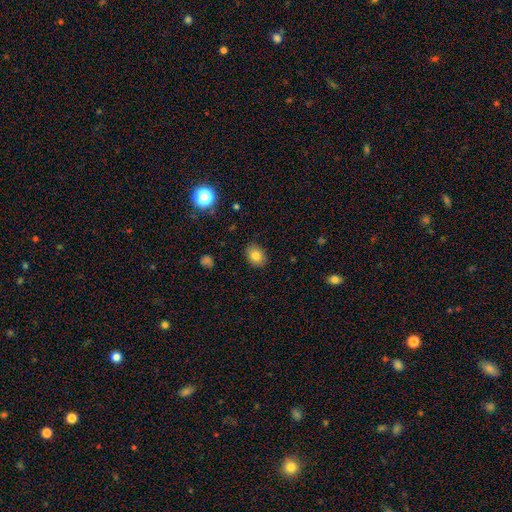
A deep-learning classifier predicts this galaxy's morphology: smooth-or-featured: smooth: 80% | star or artifact: 11% | featured or disk: 9%
  how-rounded: in between: 52% | round: 47% | cigar-shaped: 1%
  merging: none: 85% | minor disturbance: 12% | major disturbance: 2% | merger: 1%